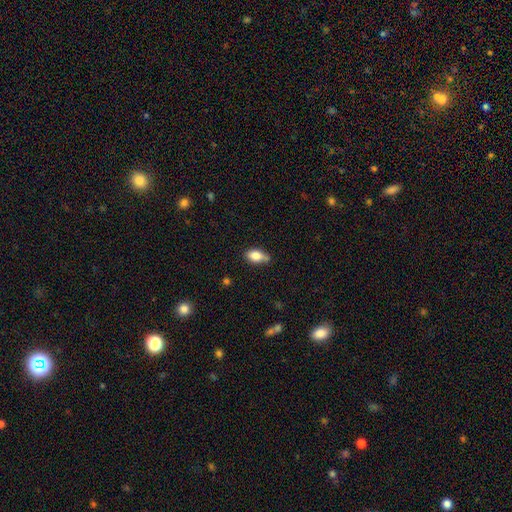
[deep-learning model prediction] This appears to be a smooth galaxy with no disk features (81%) that is in between round and cigar-shaped (87%). Merging: none (56%).